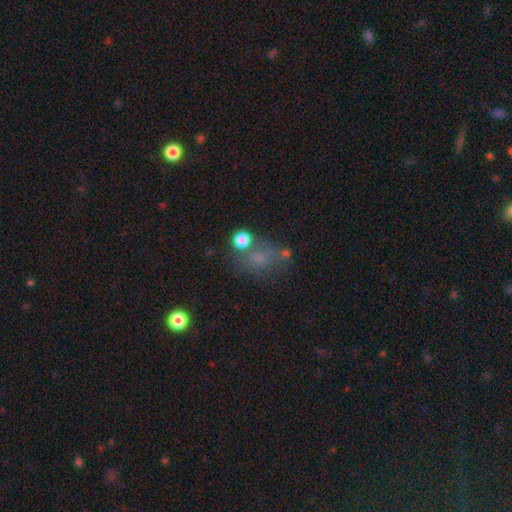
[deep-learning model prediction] Smooth or featured? smooth (46%)
Merging? none (56%)